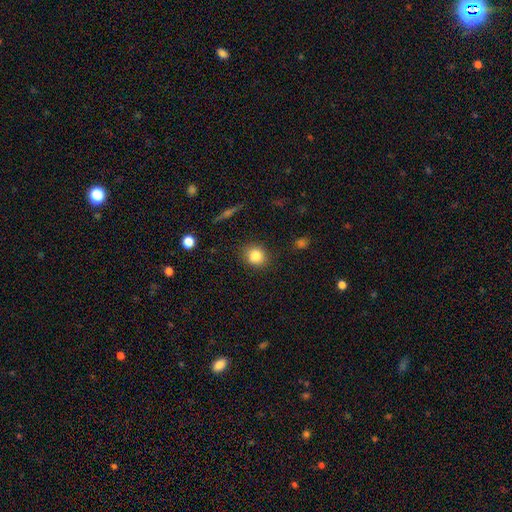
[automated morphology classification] A smooth galaxy with no disk features (83%) that is round (80%).

Vote fractions:
- Smooth or featured? smooth: 83% / star or artifact: 10% / featured or disk: 7%
- How rounded? round: 80% / in between: 19% / cigar-shaped: 1%
- Merging? none: 86% / minor disturbance: 9% / major disturbance: 3% / merger: 2%